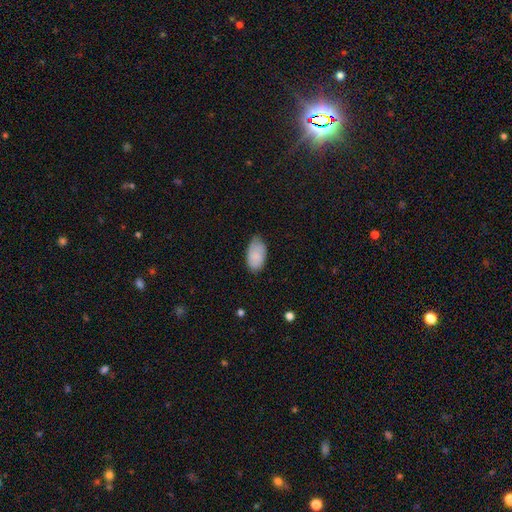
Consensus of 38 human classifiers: Smooth or featured?
  - smooth: 87% *
  - featured or disk: 13%
  - star or artifact: 0%
How rounded?
  - in between: 91% *
  - cigar-shaped: 9%
  - round: 0%
Merging?
  - none: 45% * (tied)
  - minor disturbance: 45% * (tied)
  - major disturbance: 8%
  - merger: 3%